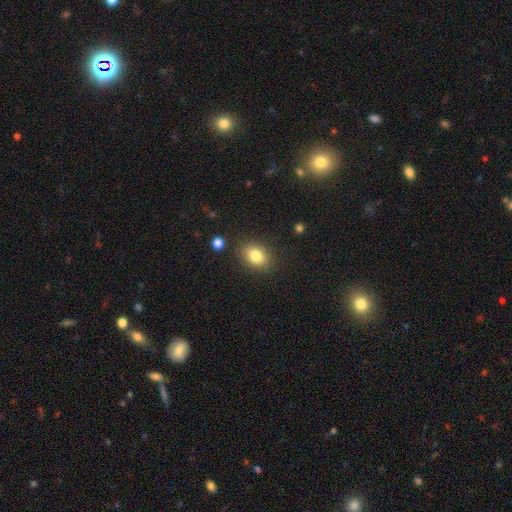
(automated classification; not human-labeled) A smooth galaxy with no disk features (82%) that is in between round and cigar-shaped (67%).

Vote fractions:
- Smooth or featured? smooth: 82% / star or artifact: 9% / featured or disk: 8%
- How rounded? in between: 67% / round: 32% / cigar-shaped: 1%
- Merging? none: 84% / minor disturbance: 11% / major disturbance: 3% / merger: 2%